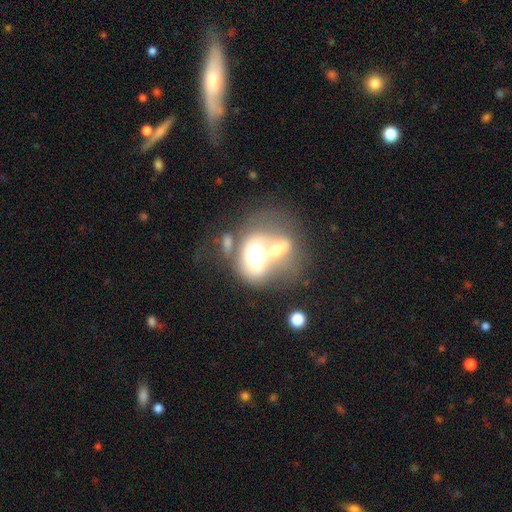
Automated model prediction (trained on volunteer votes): smooth-or-featured: smooth: 46% | featured or disk: 42% | star or artifact: 12%
  merging: merger: 64% | none: 15% | major disturbance: 14% | minor disturbance: 8%